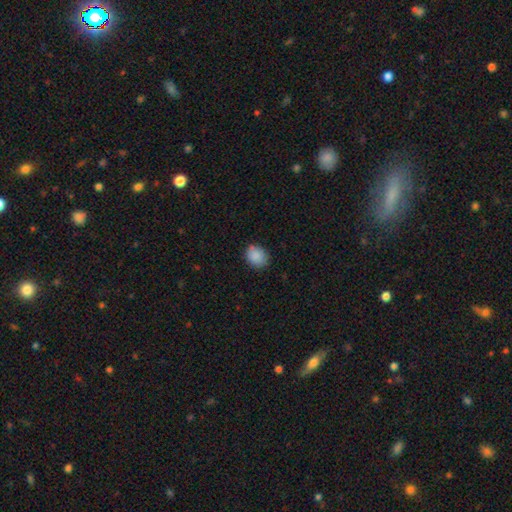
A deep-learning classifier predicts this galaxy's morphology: smooth_or_featured: smooth (p=0.88) [alt: star or artifact p=0.08]
how_rounded: round (p=0.55) [alt: in between p=0.44]
merging: none (p=0.79) [alt: minor disturbance p=0.16]